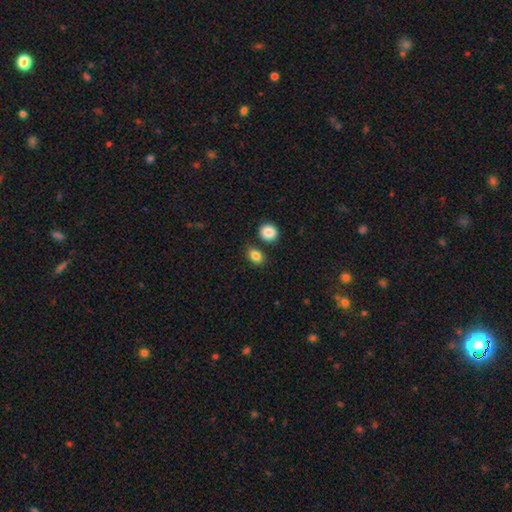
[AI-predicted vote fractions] Smooth or featured? Predicted: smooth (p=0.85). How rounded? Predicted: in between (p=0.67). Merging? Predicted: none (p=0.73).